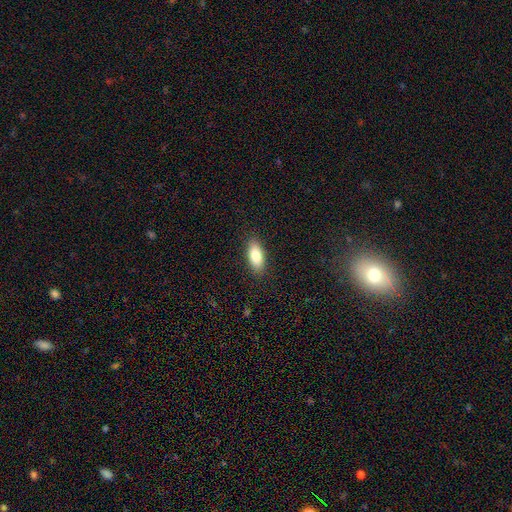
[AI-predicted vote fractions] This is clearly a smooth galaxy (83%). How rounded: clearly in between (84%). Merging: clearly none (88%).